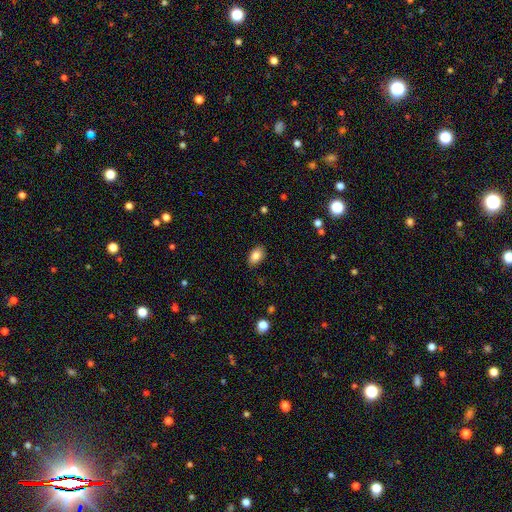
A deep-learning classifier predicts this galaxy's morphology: Smooth or featured?
  - smooth: 84% *
  - star or artifact: 8%
  - featured or disk: 8%
How rounded?
  - in between: 88% *
  - round: 10%
  - cigar-shaped: 1%
Merging?
  - none: 86% *
  - minor disturbance: 11%
  - major disturbance: 2%
  - merger: 1%